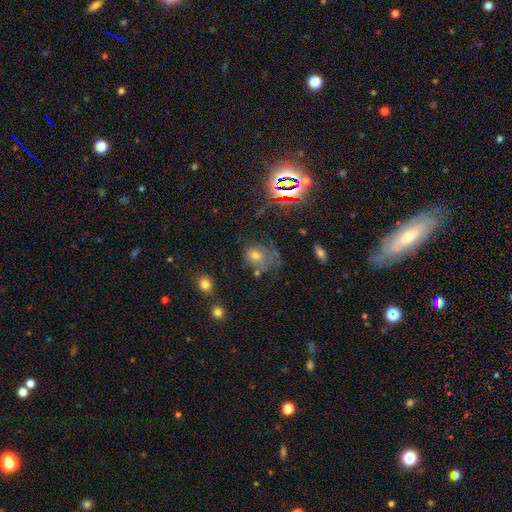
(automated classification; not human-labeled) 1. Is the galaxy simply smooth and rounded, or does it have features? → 38% smooth, 32% star or artifact, 30% featured or disk.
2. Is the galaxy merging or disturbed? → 48% none, 24% minor disturbance, 22% major disturbance, 6% merger.